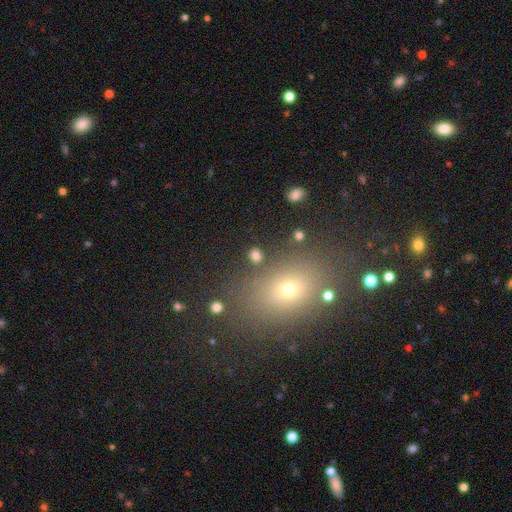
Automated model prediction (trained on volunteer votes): The model was most divided on "how rounded": round: 59%, in between: 38%, cigar-shaped: 2%. More confident: merging — none (84%); smooth or featured — smooth (78%).